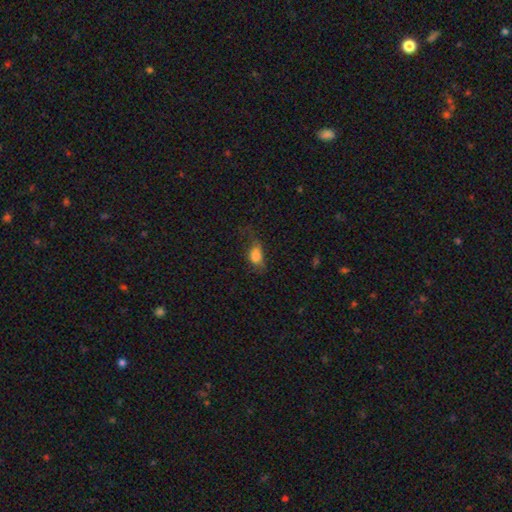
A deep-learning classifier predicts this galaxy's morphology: smooth-or-featured: smooth: 77% | featured or disk: 13% | star or artifact: 10%
  how-rounded: in between: 82% | round: 14% | cigar-shaped: 4%
  merging: none: 38% | major disturbance: 31% | minor disturbance: 28% | merger: 2%